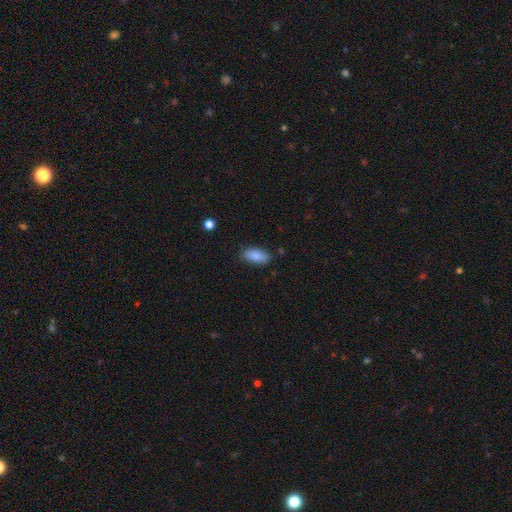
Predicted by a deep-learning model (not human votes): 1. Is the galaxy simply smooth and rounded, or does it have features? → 87% smooth, 7% star or artifact, 6% featured or disk.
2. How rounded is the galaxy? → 86% in between, 12% cigar-shaped, 2% round.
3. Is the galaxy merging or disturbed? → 82% none, 13% minor disturbance, 3% major disturbance, 2% merger.